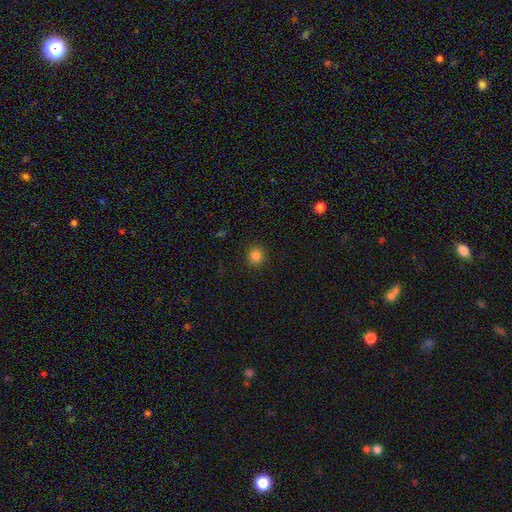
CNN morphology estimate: Smooth or featured? Predicted: smooth (p=0.83). How rounded? Predicted: round (p=0.90). Merging? Predicted: none (p=0.92).